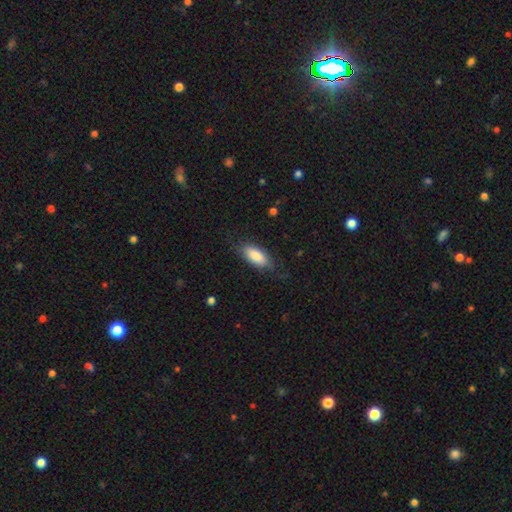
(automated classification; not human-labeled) Q: Smooth or featured?
A: smooth (82%); runner-up: featured or disk (12%)
Q: How rounded?
A: in between (86%); runner-up: cigar-shaped (12%)
Q: Merging?
A: none (74%); runner-up: minor disturbance (19%)